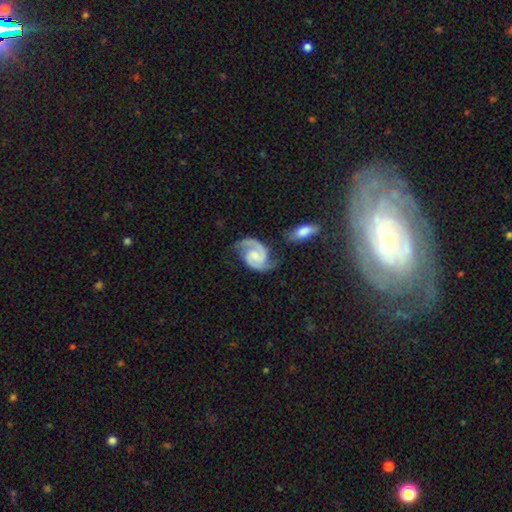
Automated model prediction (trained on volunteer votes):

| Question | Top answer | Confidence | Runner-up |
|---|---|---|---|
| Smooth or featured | featured or disk | 89% | smooth (7%) |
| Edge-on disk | no | 98% | yes (2%) |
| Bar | no | 50% | weak (41%) |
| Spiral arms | yes | 98% | no (2%) |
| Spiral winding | medium | 55% | tight (30%) |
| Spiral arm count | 2 | 91% | 1 (3%) |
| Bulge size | small | 44% | moderate (36%) |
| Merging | none | 62% | minor disturbance (20%) |